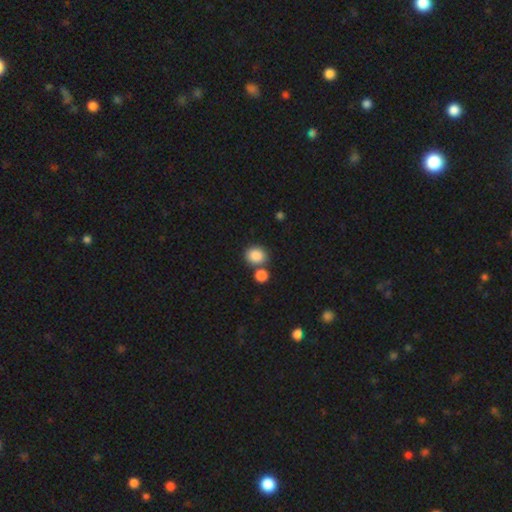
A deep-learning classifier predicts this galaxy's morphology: type=smooth (87%); roundness=round (71%); merging=none (64%).